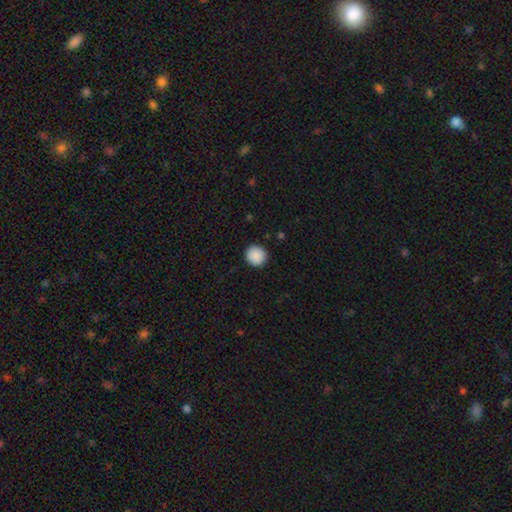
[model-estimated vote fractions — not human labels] A smooth galaxy with no disk features (90%) that is round (93%). Merging: none (91%).